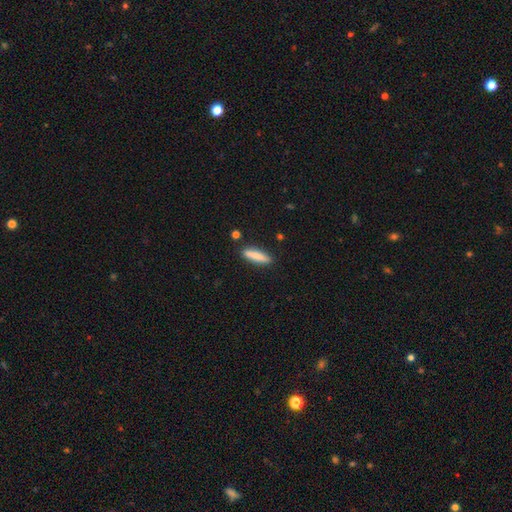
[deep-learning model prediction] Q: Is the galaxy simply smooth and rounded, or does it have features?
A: smooth — 82%.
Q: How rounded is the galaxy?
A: cigar-shaped — 77%.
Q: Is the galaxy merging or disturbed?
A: none — 86%.